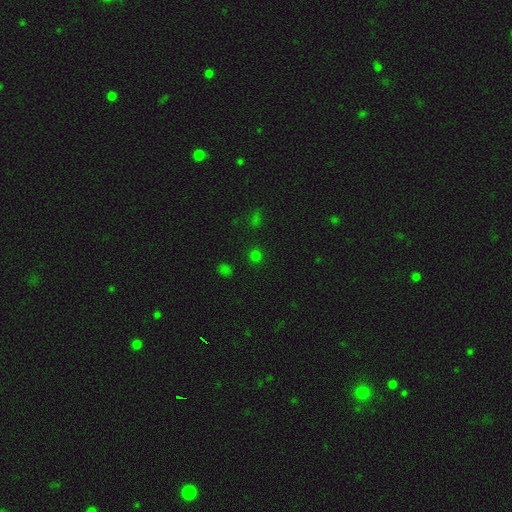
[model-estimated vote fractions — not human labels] Smooth or featured: smooth — 68% (star or artifact — 28%)
How rounded: round — 85% (in between — 14%)
Merging: none — 87% (minor disturbance — 7%)